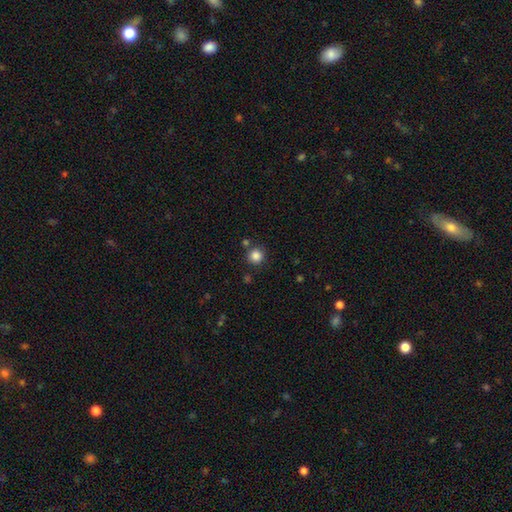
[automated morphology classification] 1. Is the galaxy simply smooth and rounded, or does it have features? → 85% smooth, 11% star or artifact, 3% featured or disk.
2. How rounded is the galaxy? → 94% round, 5% in between, 1% cigar-shaped.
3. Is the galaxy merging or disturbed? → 84% none, 7% minor disturbance, 6% merger, 3% major disturbance.